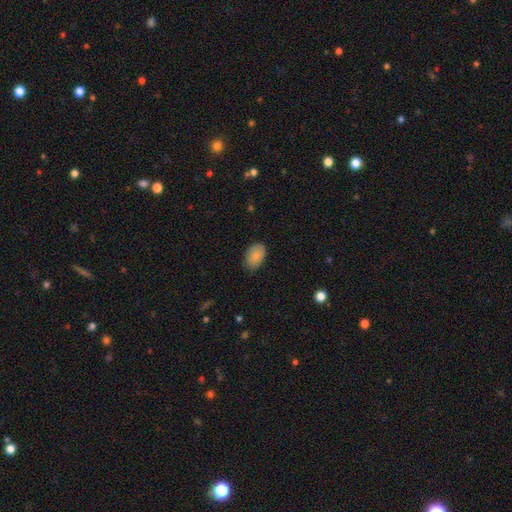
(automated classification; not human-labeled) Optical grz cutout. It shows a smooth galaxy with no disk features (87%) that is in between round and cigar-shaped (89%). Merging: none (79%).